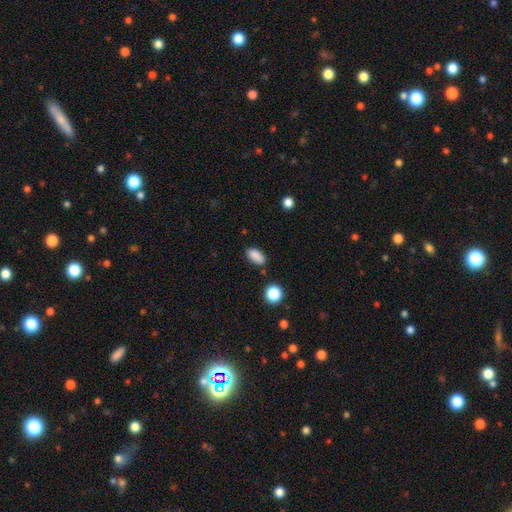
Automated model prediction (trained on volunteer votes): Morphology: type=smooth (87%); roundness=in between (89%); merging=none (80%).